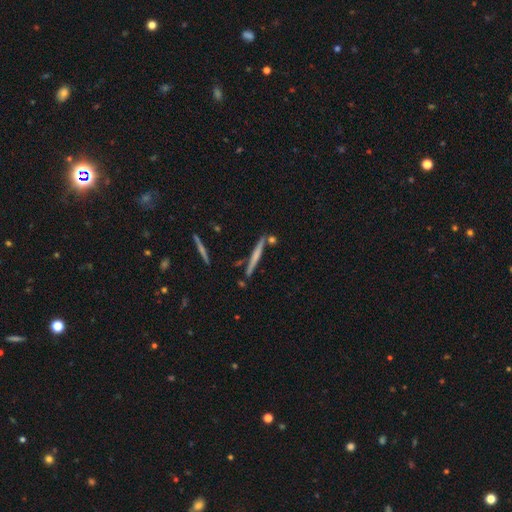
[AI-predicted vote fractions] smooth-or-featured: featured or disk: 52% | smooth: 41% | star or artifact: 6%
  disk-edge-on: yes: 97% | no: 3%
    edge-on-bulge: none: 64% | rounded: 26% | boxy: 10%
  merging: none: 84% | minor disturbance: 9% | merger: 6% | major disturbance: 2%